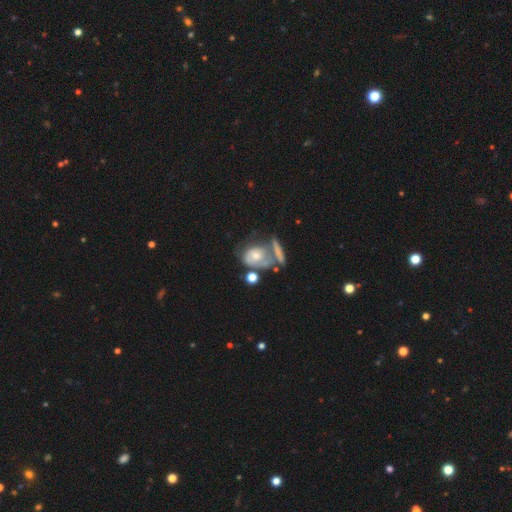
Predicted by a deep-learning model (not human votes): Smooth or featured: featured or disk — 51% (smooth — 39%)
Edge-on disk: no — 90% (yes — 10%)
Merging: merger — 34% (none — 33%)